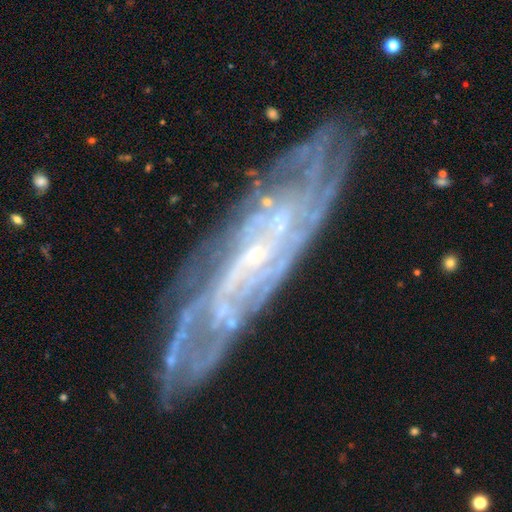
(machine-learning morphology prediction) This appears to be a featured or disk galaxy (87%) with no bar (51%), tight (68%) spiral arms (97%) and a small central bulge (84%). Merging: none (79%).